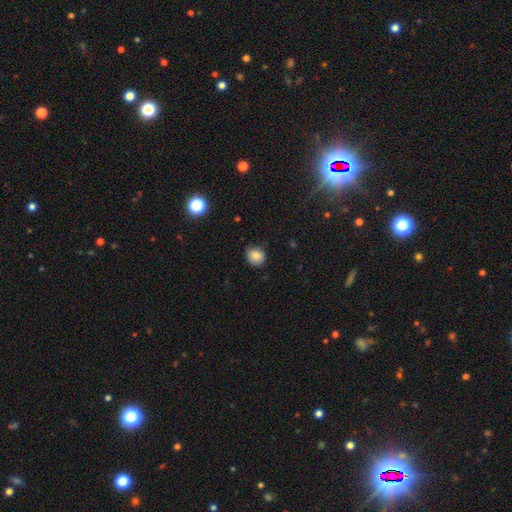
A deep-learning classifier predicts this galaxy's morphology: The model was most divided on "how rounded": round: 82%, in between: 17%, cigar-shaped: 1%. More confident: merging — none (85%); smooth or featured — smooth (84%).